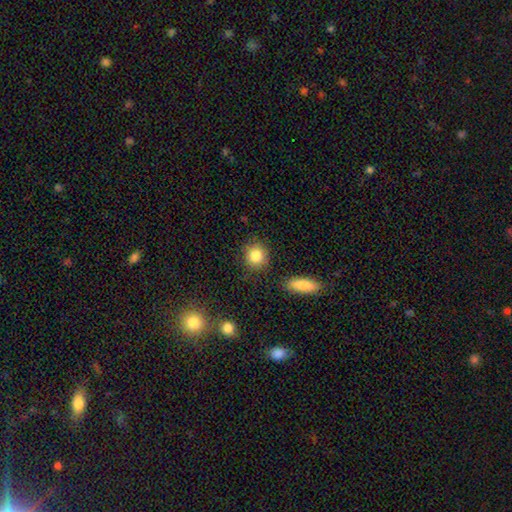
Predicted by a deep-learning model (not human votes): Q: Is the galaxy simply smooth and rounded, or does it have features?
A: smooth — 85%.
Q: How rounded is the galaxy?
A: round — 84%.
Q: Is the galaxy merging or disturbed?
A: none — 84%.